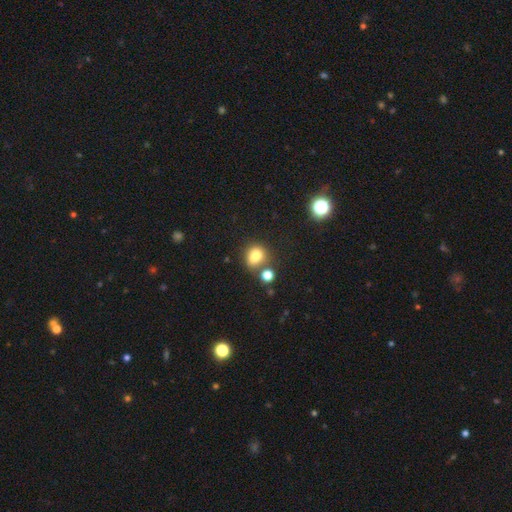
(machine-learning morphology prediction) Smooth or featured? Predicted: smooth (p=0.79). How rounded? Predicted: round (p=0.51). Merging? Predicted: none (p=0.54).